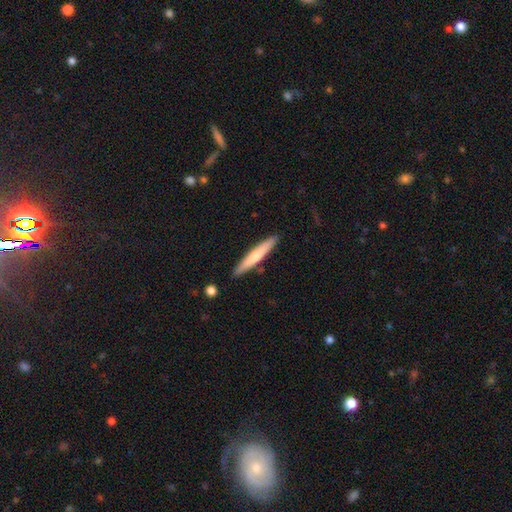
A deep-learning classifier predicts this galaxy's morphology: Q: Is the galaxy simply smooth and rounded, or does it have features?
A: smooth — 60%.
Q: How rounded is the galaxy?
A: cigar-shaped — 94%.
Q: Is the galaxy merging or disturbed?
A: none — 88%.